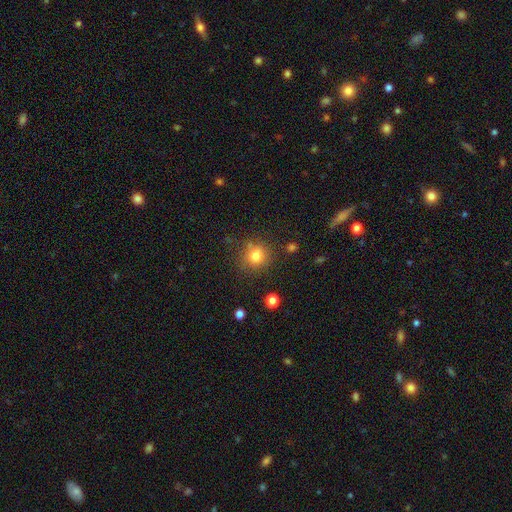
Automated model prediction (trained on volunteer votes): Smooth or featured? Predicted: smooth (p=0.80). How rounded? Predicted: round (p=0.88). Merging? Predicted: none (p=0.78).